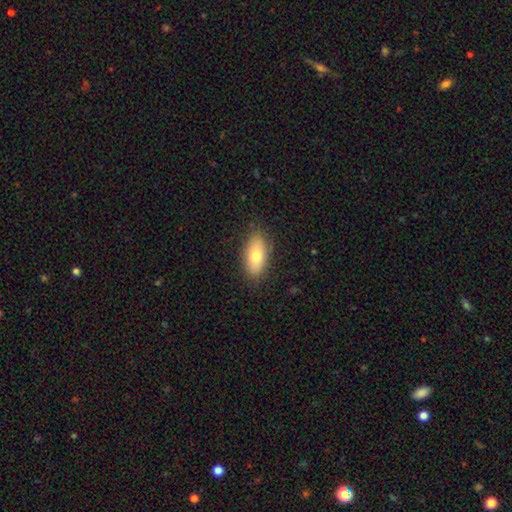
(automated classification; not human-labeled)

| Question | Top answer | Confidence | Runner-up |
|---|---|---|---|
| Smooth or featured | smooth | 74% | featured or disk (19%) |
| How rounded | in between | 84% | cigar-shaped (12%) |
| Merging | none | 85% | minor disturbance (12%) |